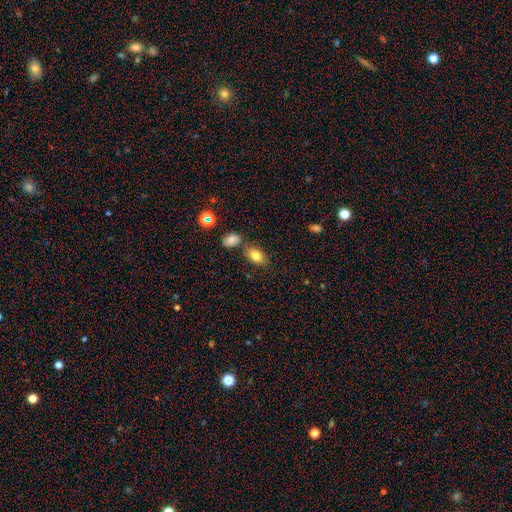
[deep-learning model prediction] smooth_or_featured: smooth (p=0.79) [alt: featured or disk p=0.11]
how_rounded: in between (p=0.85) [alt: round p=0.12]
merging: none (p=0.72) [alt: minor disturbance p=0.13]